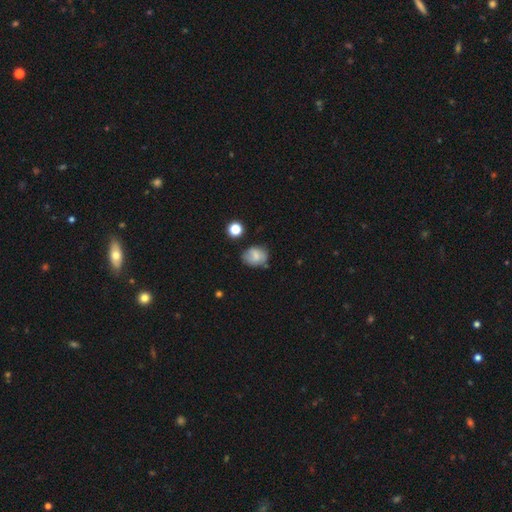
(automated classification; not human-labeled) This is likely a smooth galaxy (69%). How rounded: possibly in between (53%). Merging: likely none (61%).